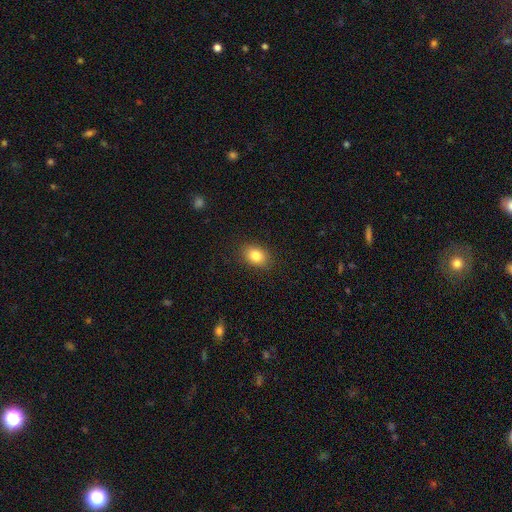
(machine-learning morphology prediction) A smooth galaxy with no disk features (83%) that is in between round and cigar-shaped (70%).

Vote fractions:
- Smooth or featured? smooth: 83% / star or artifact: 10% / featured or disk: 8%
- How rounded? in between: 70% / round: 28% / cigar-shaped: 1%
- Merging? none: 88% / minor disturbance: 9% / major disturbance: 3% / merger: 1%